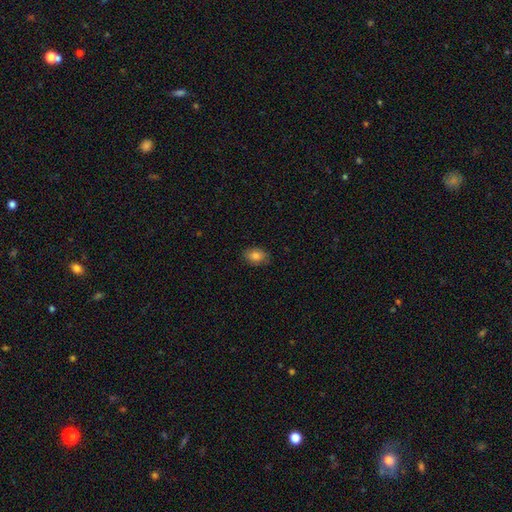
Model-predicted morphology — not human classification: Overall: smooth (84%). How rounded: in between (78%). Merging: none (84%).